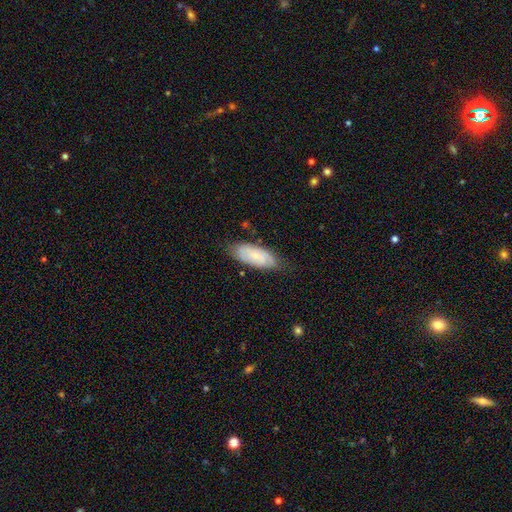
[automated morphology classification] A smooth galaxy with no disk features (51%) that is in between round and cigar-shaped (83%). Merging: none (72%).